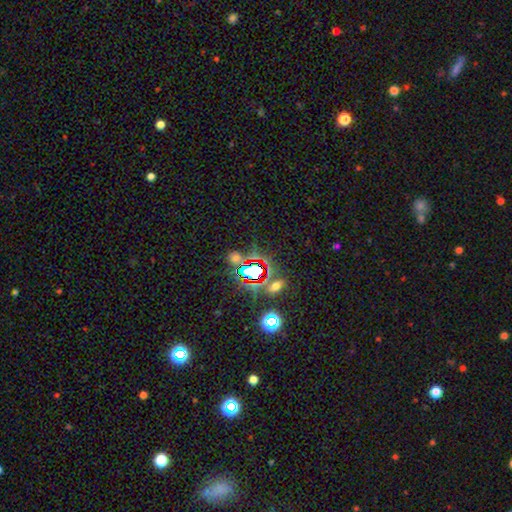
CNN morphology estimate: Smooth or featured: star or artifact — 78% (smooth — 14%)